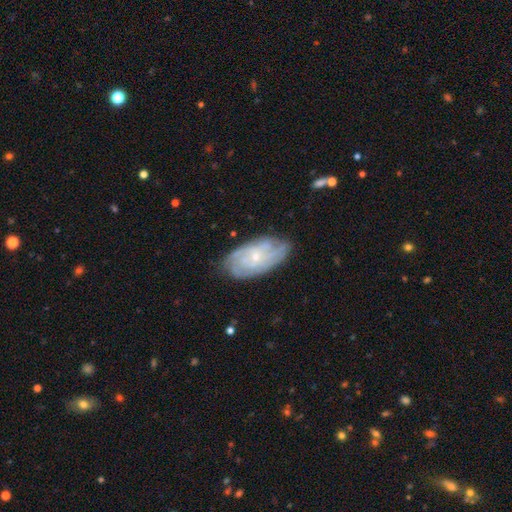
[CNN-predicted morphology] Q: Smooth or featured?
A: featured or disk (63%); runner-up: smooth (25%)
Q: Edge-on disk?
A: no (91%); runner-up: yes (9%)
Q: Bar?
A: no (69%); runner-up: weak (26%)
Q: Spiral arms?
A: yes (87%); runner-up: no (13%)
Q: Spiral winding?
A: tight (64%); runner-up: medium (27%)
Q: Spiral arm count?
A: can't tell (50%); runner-up: 2 (15%)
Q: Bulge size?
A: small (72%); runner-up: moderate (22%)
Q: Merging?
A: none (80%); runner-up: minor disturbance (15%)